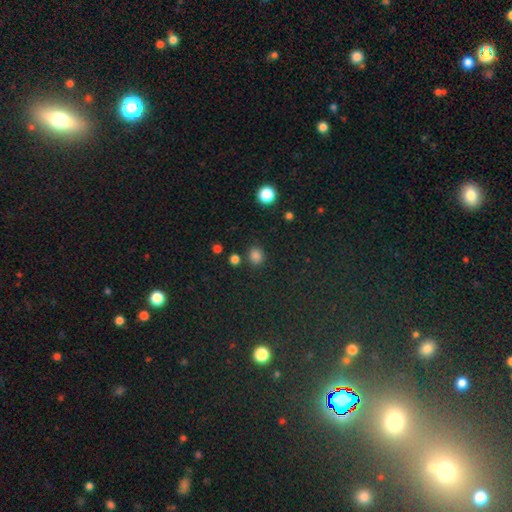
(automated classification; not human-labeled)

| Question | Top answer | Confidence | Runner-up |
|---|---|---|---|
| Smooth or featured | smooth | 82% | star or artifact (14%) |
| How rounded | round | 79% | in between (20%) |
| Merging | none | 84% | minor disturbance (9%) |